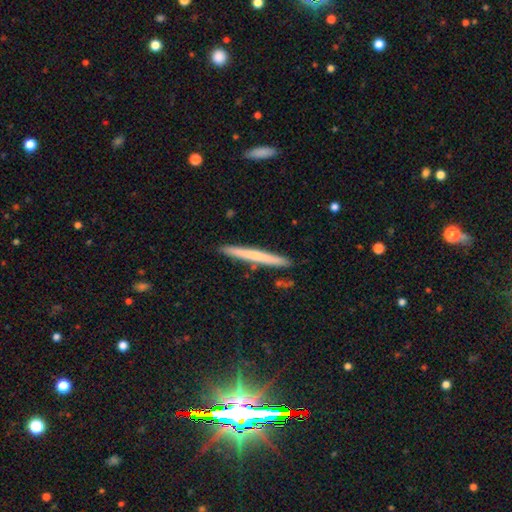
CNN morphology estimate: Smooth or featured? Predicted: smooth (p=0.56). How rounded? Predicted: cigar-shaped (p=0.97). Merging? Predicted: none (p=0.90).